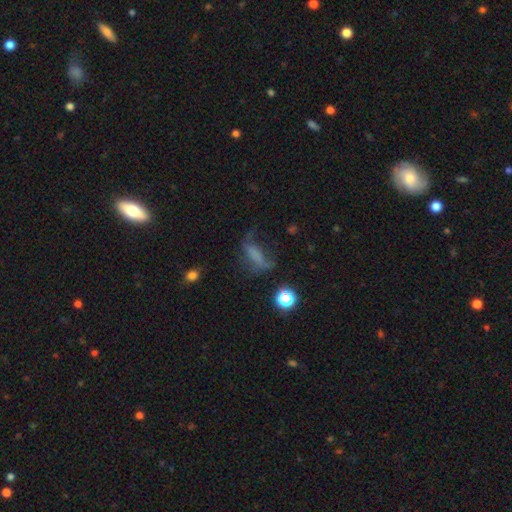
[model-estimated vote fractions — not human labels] Smooth or featured? smooth (52%)
How rounded? in between (48%)
Merging? major disturbance (36%)